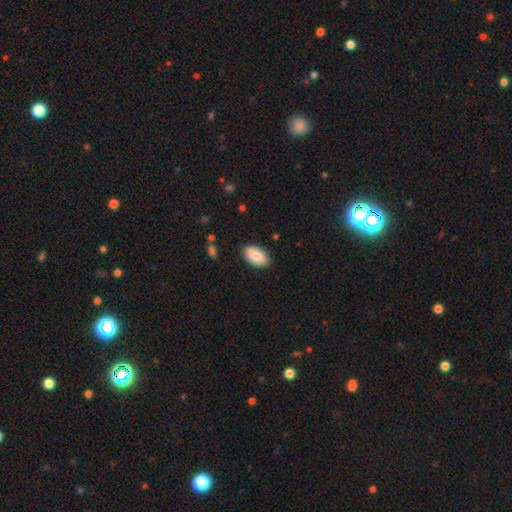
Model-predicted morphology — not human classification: Smooth or featured?
  - smooth: 74% *
  - featured or disk: 20%
  - star or artifact: 6%
How rounded?
  - in between: 94% *
  - round: 5%
  - cigar-shaped: 1%
Merging?
  - none: 86% *
  - minor disturbance: 11%
  - major disturbance: 2%
  - merger: 1%